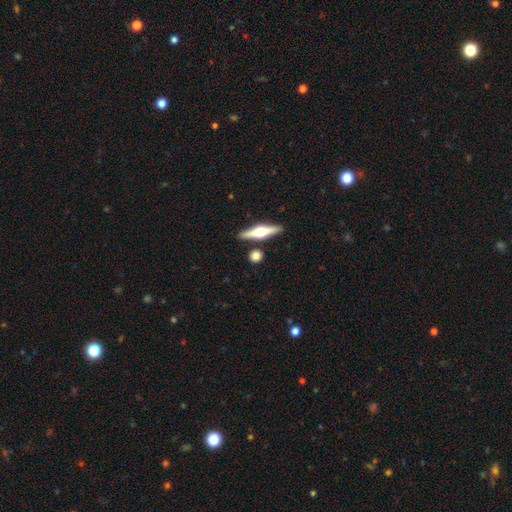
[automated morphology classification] A smooth galaxy with no disk features (56%) that is round (52%). Merging: none (82%).